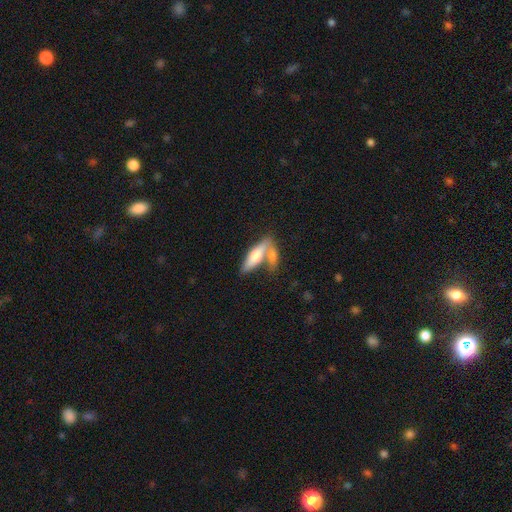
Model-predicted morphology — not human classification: Smooth or featured: smooth — 62% (featured or disk — 32%)
How rounded: in between — 51% (cigar-shaped — 47%)
Merging: merger — 48% (none — 36%)